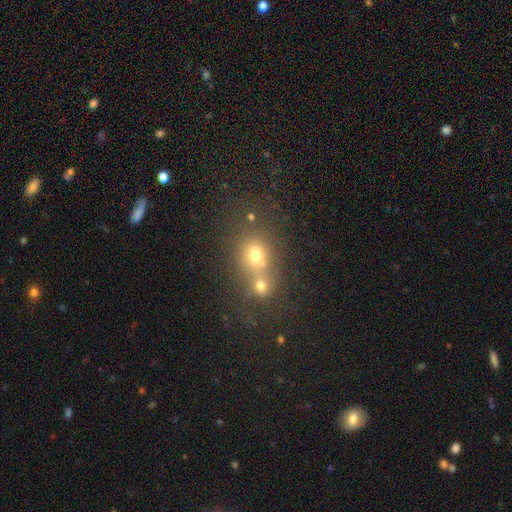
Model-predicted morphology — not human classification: smooth 64%, star or artifact 20%, featured or disk 16%. Down the decision tree: how rounded — round (68%); merging — merger (56%).